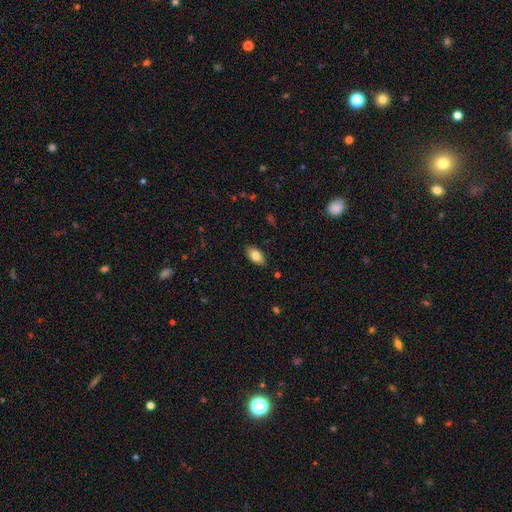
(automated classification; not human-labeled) A smooth galaxy with no disk features (82%) that is in between round and cigar-shaped (93%). Merging: none (87%).